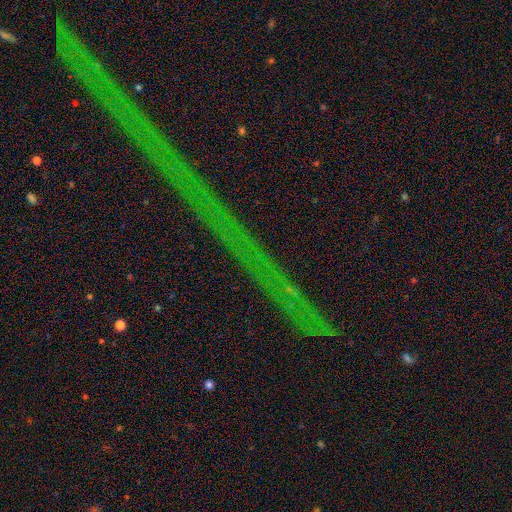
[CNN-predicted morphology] Smooth or featured?
  - star or artifact: 85% *
  - featured or disk: 9%
  - smooth: 7%